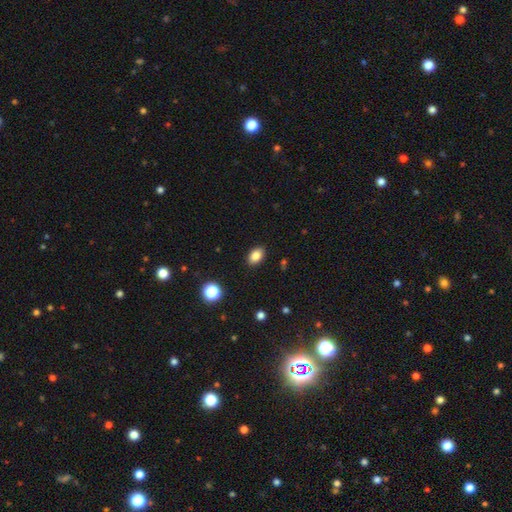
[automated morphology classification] smooth-or-featured: smooth: 84% | star or artifact: 10% | featured or disk: 6%
  how-rounded: in between: 83% | round: 15% | cigar-shaped: 1%
  merging: none: 89% | minor disturbance: 8% | major disturbance: 2% | merger: 1%